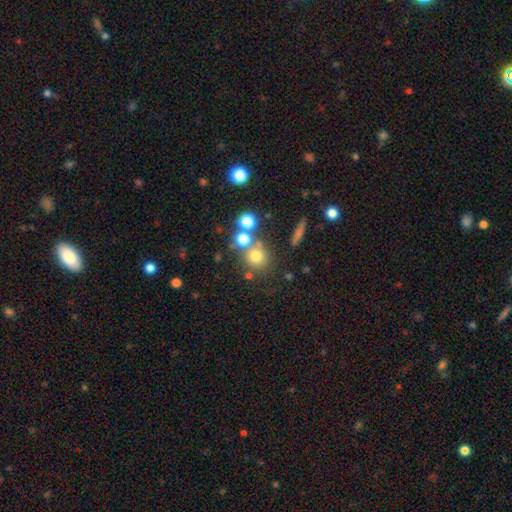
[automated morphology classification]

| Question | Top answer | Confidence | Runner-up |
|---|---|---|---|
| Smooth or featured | smooth | 70% | star or artifact (18%) |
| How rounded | round | 89% | in between (9%) |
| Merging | none | 61% | merger (23%) |